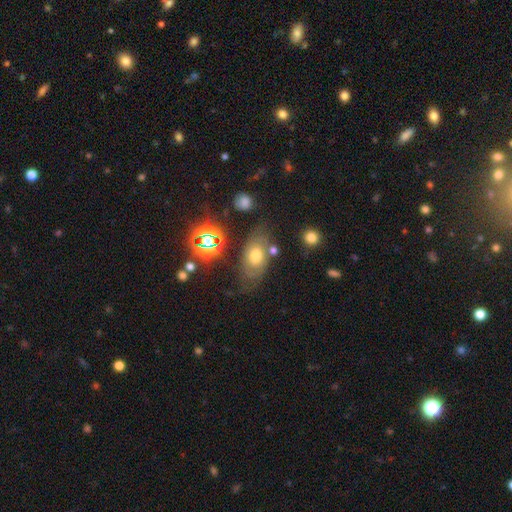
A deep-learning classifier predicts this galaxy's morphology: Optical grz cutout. It shows a smooth galaxy with no disk features (46%). Merging: none (59%).